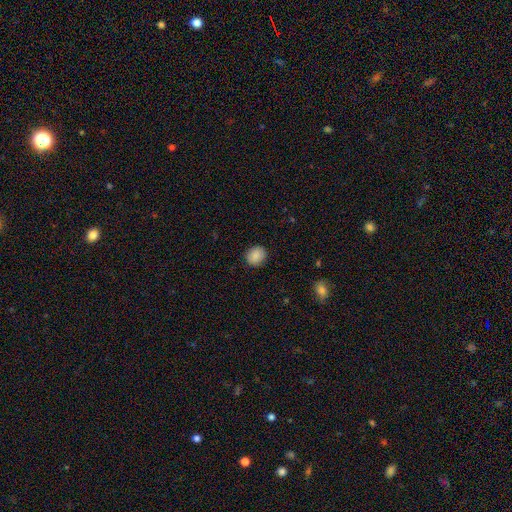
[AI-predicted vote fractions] smooth-or-featured: smooth: 87% | star or artifact: 8% | featured or disk: 5%
  how-rounded: round: 74% | in between: 25% | cigar-shaped: 1%
  merging: none: 88% | minor disturbance: 9% | major disturbance: 2% | merger: 1%